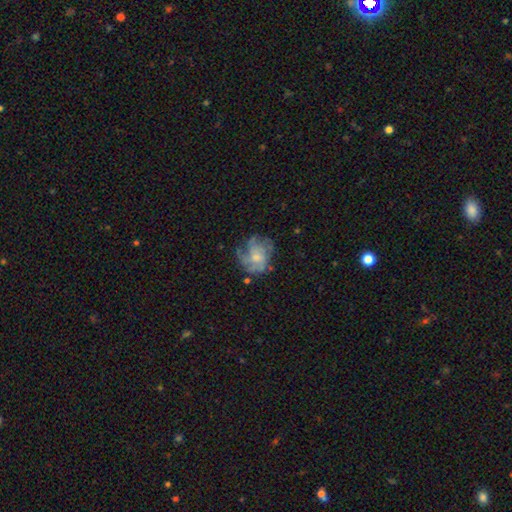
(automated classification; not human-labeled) smooth_or_featured: featured or disk (p=0.62) [alt: smooth p=0.29]
disk_edge_on: no (p=0.98) [alt: yes p=0.02]
bar: no (p=0.78) [alt: weak p=0.20]
has_spiral_arms: yes (p=0.68) [alt: no p=0.32]
bulge_size: small (p=0.45) [alt: moderate p=0.38]
merging: none (p=0.57) [alt: minor disturbance p=0.22]